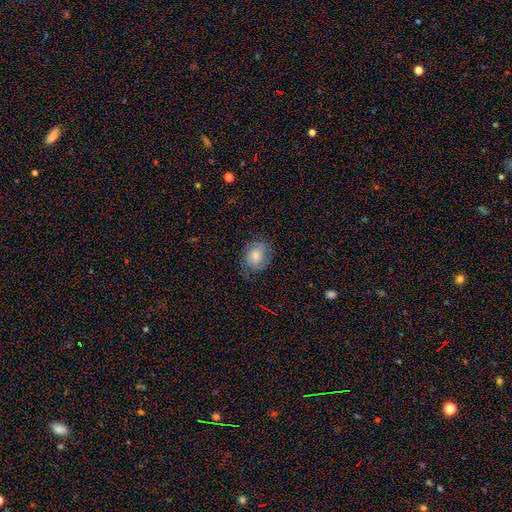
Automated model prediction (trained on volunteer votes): smooth 70%, featured or disk 22%, star or artifact 8%. Down the decision tree: how rounded — in between (55%); merging — none (71%).